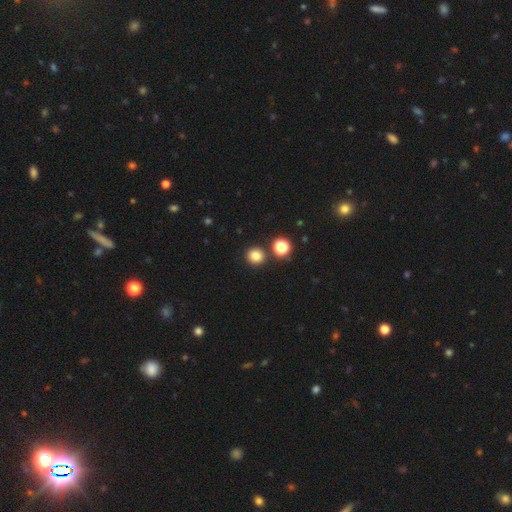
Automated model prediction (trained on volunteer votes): The model was most divided on "smooth or featured": smooth: 80%, star or artifact: 14%, featured or disk: 5%. More confident: how rounded — round (92%); merging — none (86%).